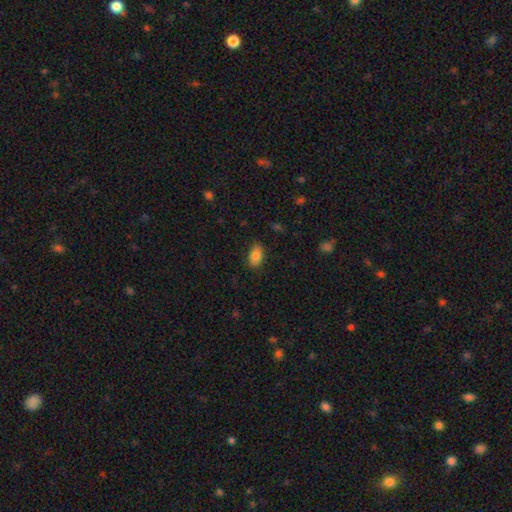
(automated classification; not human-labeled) Morphology: type=smooth (85%); roundness=in between (92%); merging=none (85%).